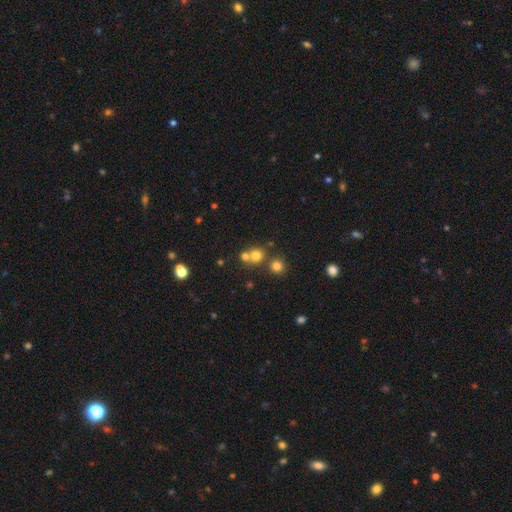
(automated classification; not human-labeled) Smooth or featured? smooth (71%)
How rounded? round (88%)
Merging? none (55%)